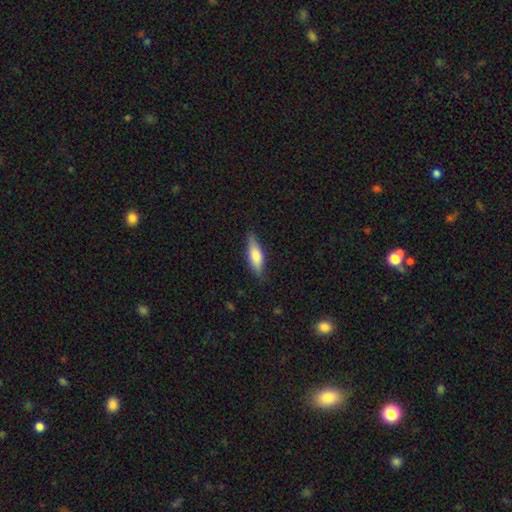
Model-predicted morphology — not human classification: Smooth or featured? smooth (65%)
How rounded? in between (53%)
Merging? none (80%)